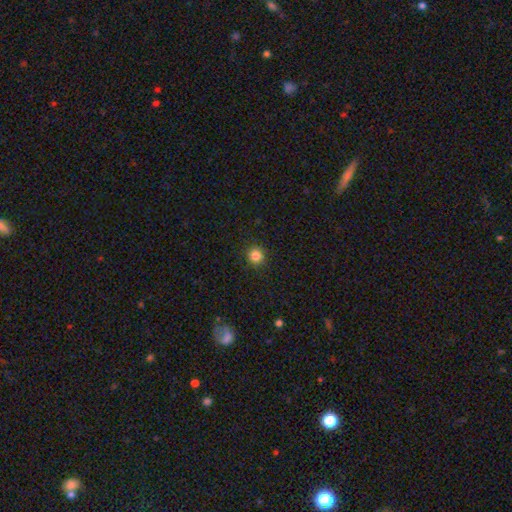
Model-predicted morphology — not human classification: Smooth or featured? Predicted: smooth (p=0.85). How rounded? Predicted: round (p=0.93). Merging? Predicted: none (p=0.92).